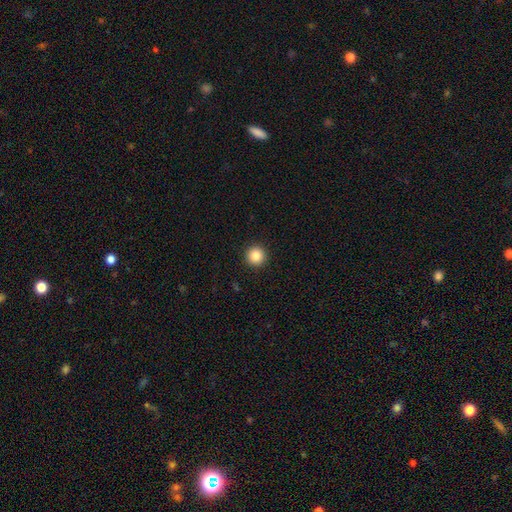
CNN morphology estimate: Smooth or featured? smooth (86%)
How rounded? round (96%)
Merging? none (94%)